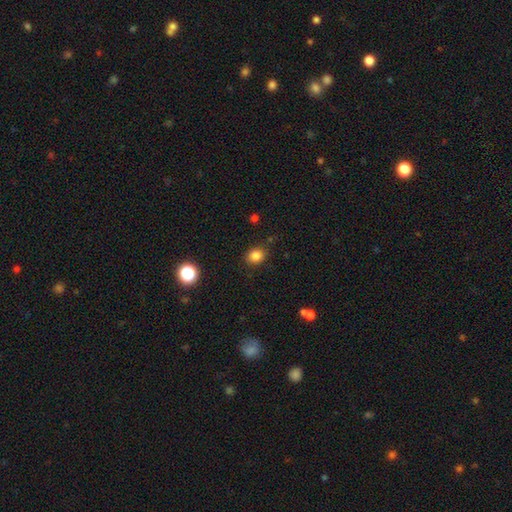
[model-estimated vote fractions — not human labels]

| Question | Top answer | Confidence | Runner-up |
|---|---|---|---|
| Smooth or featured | smooth | 83% | star or artifact (12%) |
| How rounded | round | 63% | in between (36%) |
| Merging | none | 85% | minor disturbance (10%) |